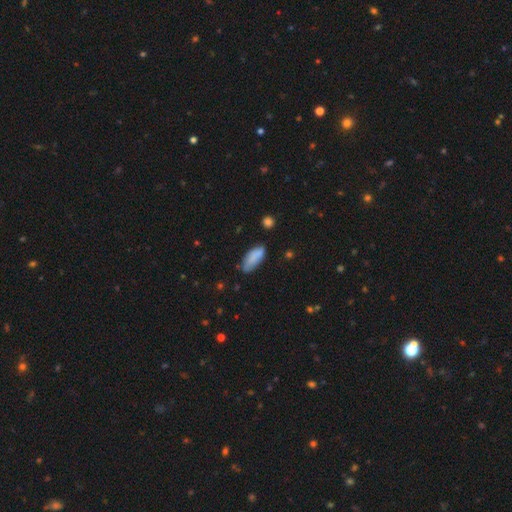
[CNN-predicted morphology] Smooth or featured?
  - smooth: 83% *
  - featured or disk: 10%
  - star or artifact: 7%
How rounded?
  - in between: 80% *
  - cigar-shaped: 18%
  - round: 2%
Merging?
  - none: 62% *
  - minor disturbance: 29%
  - major disturbance: 6%
  - merger: 3%